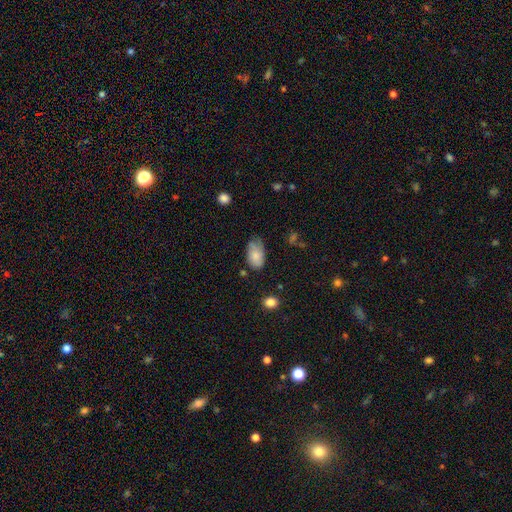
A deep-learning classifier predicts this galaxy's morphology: Smooth or featured? Predicted: smooth (p=0.80). How rounded? Predicted: in between (p=0.93). Merging? Predicted: none (p=0.52).